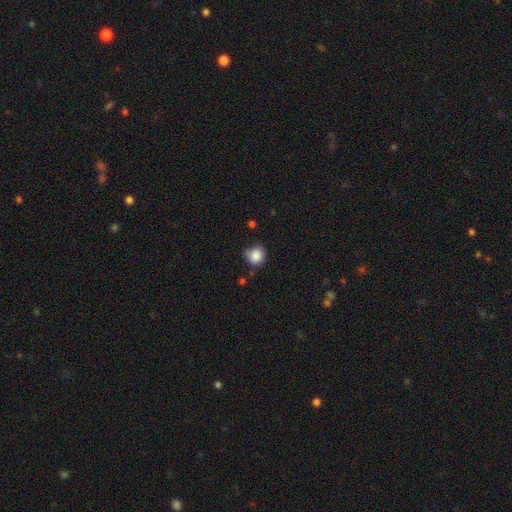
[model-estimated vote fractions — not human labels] smooth-or-featured: smooth: 86% | star or artifact: 10% | featured or disk: 4%
  how-rounded: round: 84% | in between: 15% | cigar-shaped: 1%
  merging: none: 65% | minor disturbance: 27% | major disturbance: 5% | merger: 3%